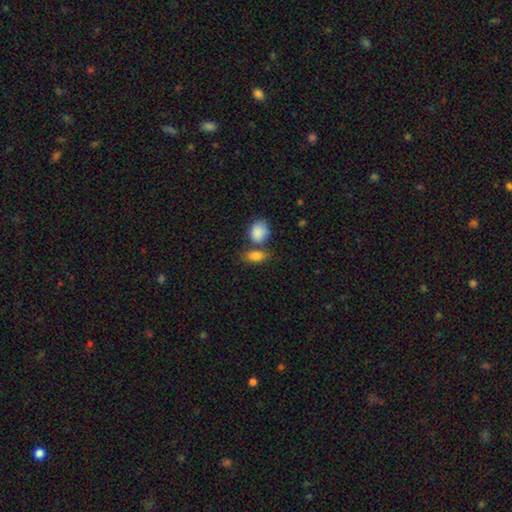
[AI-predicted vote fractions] Overall: smooth (85%). How rounded: in between (82%). Merging: none (50%; merger 33%).